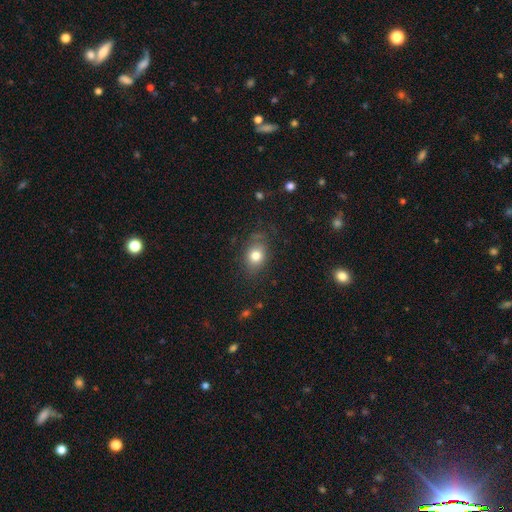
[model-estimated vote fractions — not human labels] Smooth or featured?
  - smooth: 78% *
  - featured or disk: 11%
  - star or artifact: 11%
How rounded?
  - in between: 58% *
  - round: 41%
  - cigar-shaped: 1%
Merging?
  - none: 73% *
  - minor disturbance: 19%
  - major disturbance: 6%
  - merger: 2%